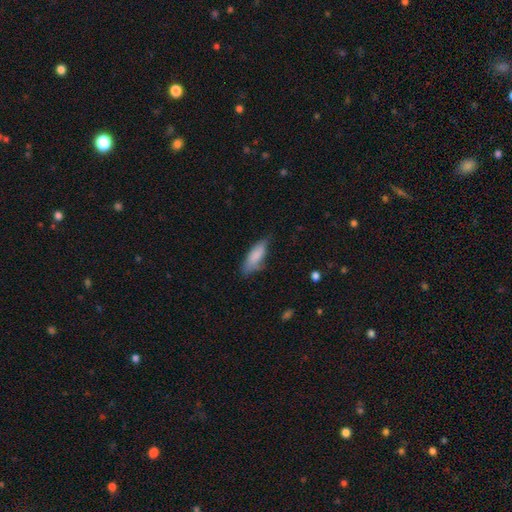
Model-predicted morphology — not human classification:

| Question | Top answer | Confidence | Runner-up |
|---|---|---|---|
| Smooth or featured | smooth | 85% | featured or disk (9%) |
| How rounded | in between | 67% | cigar-shaped (31%) |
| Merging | none | 61% | minor disturbance (30%) |